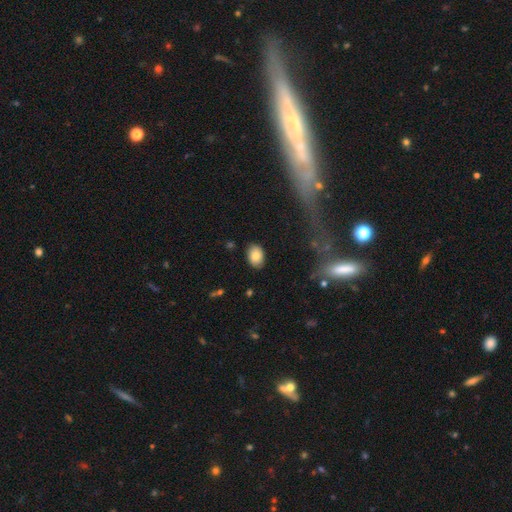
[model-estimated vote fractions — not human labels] A smooth galaxy with no disk features (83%) that is in between round and cigar-shaped (80%). Merging: none (85%).